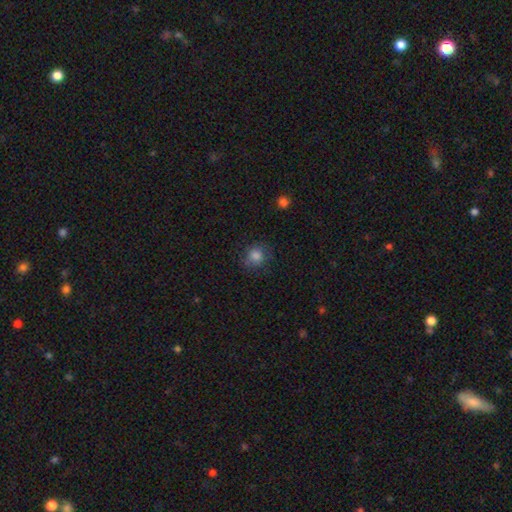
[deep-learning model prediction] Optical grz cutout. It shows a smooth galaxy with no disk features (81%) that is round (78%). Merging: none (75%).